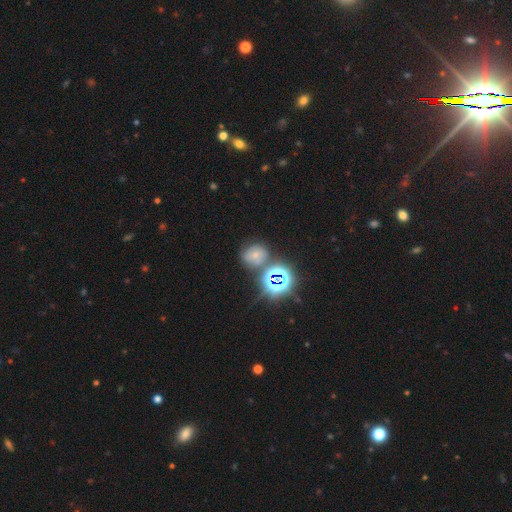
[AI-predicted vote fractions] smooth 42%, star or artifact 36%, featured or disk 23%. Down the decision tree: merging — none (60%).